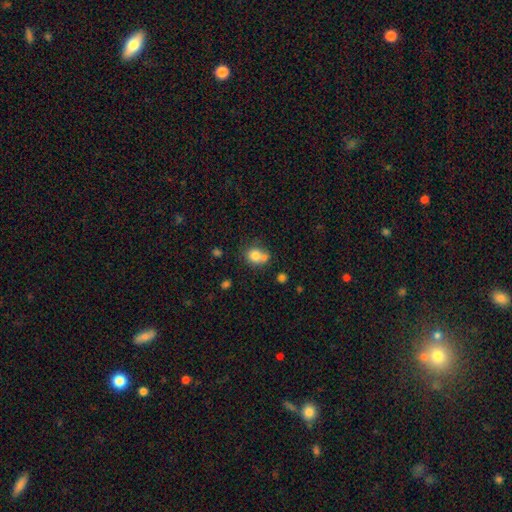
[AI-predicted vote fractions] Q: Smooth or featured?
A: smooth (77%); runner-up: featured or disk (12%)
Q: How rounded?
A: round (73%); runner-up: in between (26%)
Q: Merging?
A: none (44%); runner-up: merger (39%)